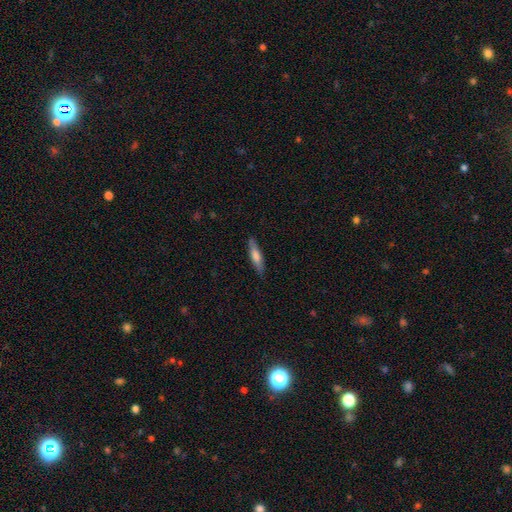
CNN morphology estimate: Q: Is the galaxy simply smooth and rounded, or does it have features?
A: smooth — 64%.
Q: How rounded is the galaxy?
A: cigar-shaped — 82%.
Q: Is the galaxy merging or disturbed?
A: none — 87%.